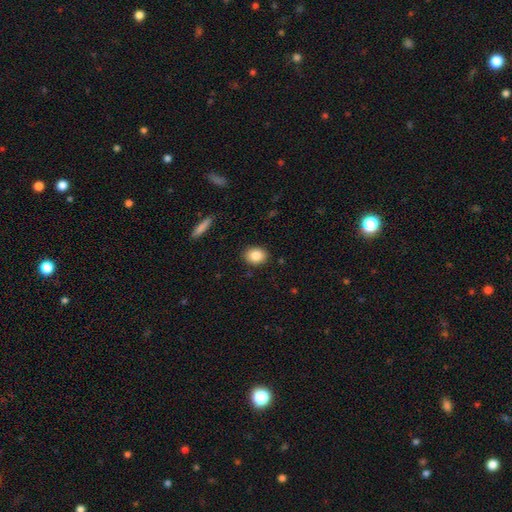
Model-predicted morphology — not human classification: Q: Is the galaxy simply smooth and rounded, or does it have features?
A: smooth — 85%.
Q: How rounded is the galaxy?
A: in between — 60%.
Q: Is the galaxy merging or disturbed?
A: none — 89%.